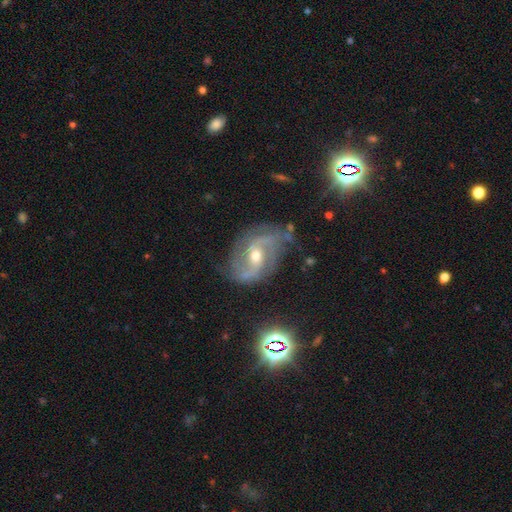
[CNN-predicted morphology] type=featured or disk (84%); edge-on=no (97%); bar=weak (47%); spiral arms=yes (96%); winding=medium (43%); arm count=2 (74%); bulge=moderate (54%); merging=none (69%).